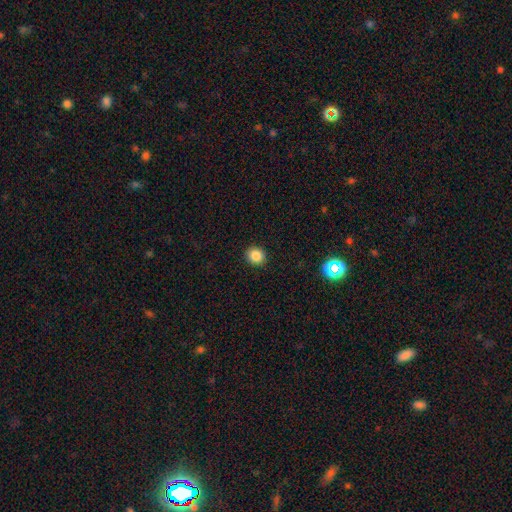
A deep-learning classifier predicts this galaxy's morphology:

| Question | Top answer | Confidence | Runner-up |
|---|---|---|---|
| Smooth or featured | smooth | 85% | star or artifact (11%) |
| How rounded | round | 80% | in between (19%) |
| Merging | none | 92% | minor disturbance (5%) |